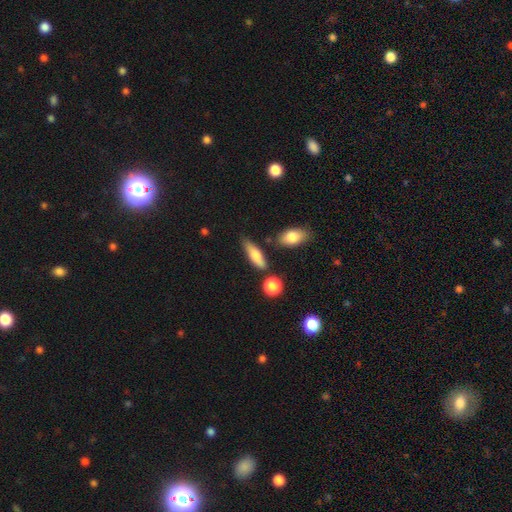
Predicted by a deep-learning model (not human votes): Smooth or featured? smooth (75%)
How rounded? in between (53%)
Merging? none (64%)